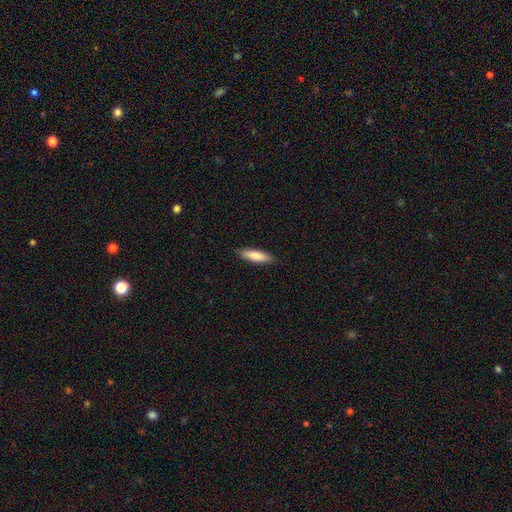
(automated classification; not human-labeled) Smooth or featured: smooth — 80% (featured or disk — 15%)
How rounded: cigar-shaped — 61% (in between — 38%)
Merging: none — 89% (minor disturbance — 8%)